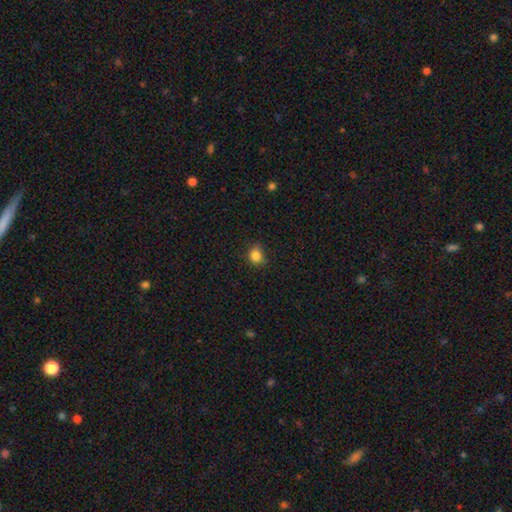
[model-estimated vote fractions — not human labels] Smooth or featured? smooth (83%)
How rounded? round (63%)
Merging? none (64%)